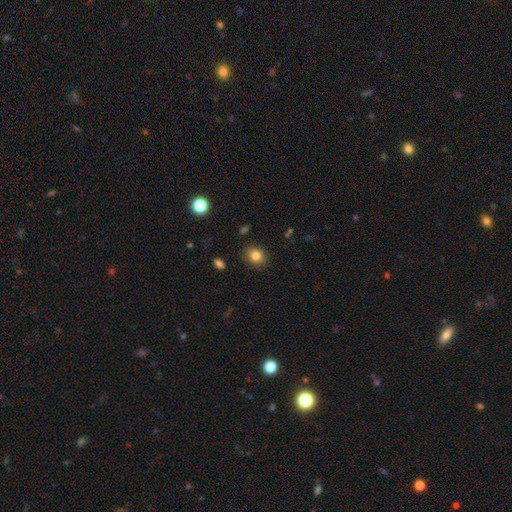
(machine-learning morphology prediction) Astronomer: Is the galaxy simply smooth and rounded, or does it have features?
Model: smooth — 83%.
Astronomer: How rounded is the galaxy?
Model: round — 54% (runner-up: in between, 45%).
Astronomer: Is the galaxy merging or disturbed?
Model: none — 86%.